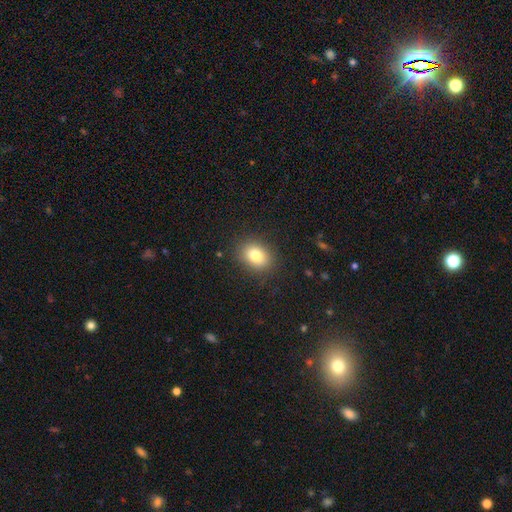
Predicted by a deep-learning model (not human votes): Overall: smooth (80%). How rounded: in between (55%; round 44%). Merging: none (87%).